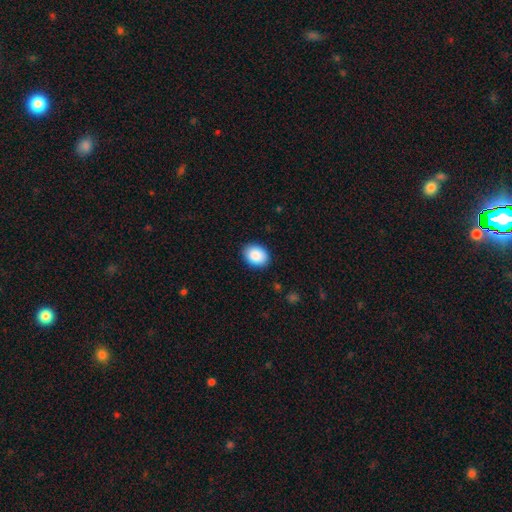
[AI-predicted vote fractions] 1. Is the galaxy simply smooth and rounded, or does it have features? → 89% smooth, 7% star or artifact, 4% featured or disk.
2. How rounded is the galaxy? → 67% in between, 32% round, 1% cigar-shaped.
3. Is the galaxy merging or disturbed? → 88% none, 9% minor disturbance, 2% major disturbance, 1% merger.